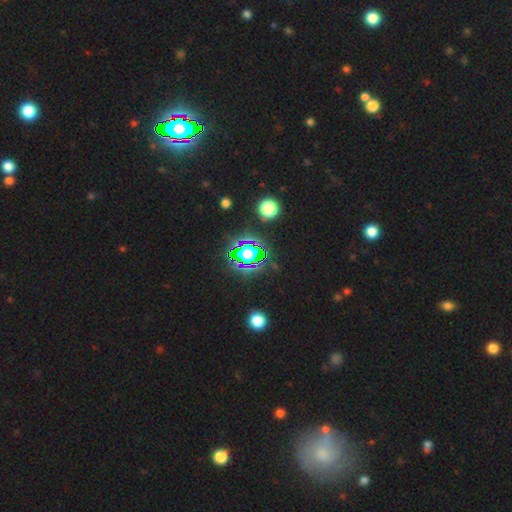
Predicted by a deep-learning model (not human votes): The model was most divided on "smooth or featured": star or artifact: 78%, smooth: 14%, featured or disk: 8%.